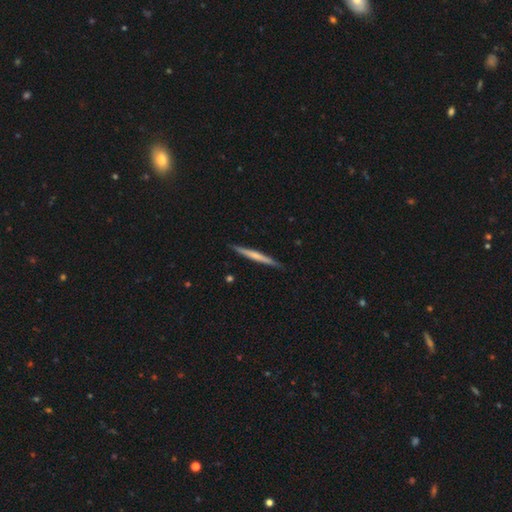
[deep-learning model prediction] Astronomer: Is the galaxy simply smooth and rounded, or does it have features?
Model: smooth — 50% (runner-up: featured or disk, 45%).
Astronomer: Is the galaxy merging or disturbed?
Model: none — 89%.